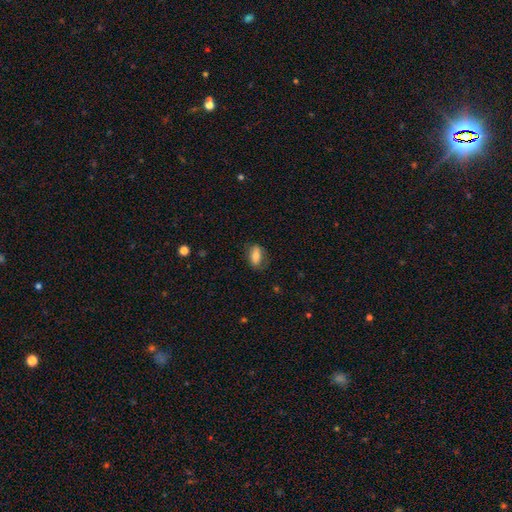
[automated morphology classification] Smooth or featured? Predicted: smooth (p=0.74). How rounded? Predicted: in between (p=0.84). Merging? Predicted: none (p=0.77).